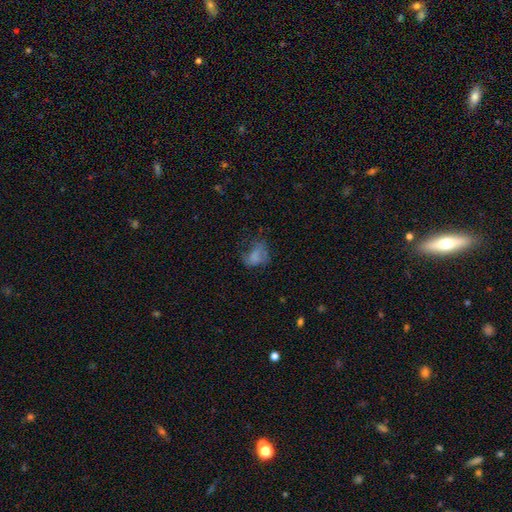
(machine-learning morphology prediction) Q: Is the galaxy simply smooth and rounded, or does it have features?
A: smooth — 54%.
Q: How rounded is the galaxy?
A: in between — 73%.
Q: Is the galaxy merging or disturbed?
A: major disturbance — 38%.